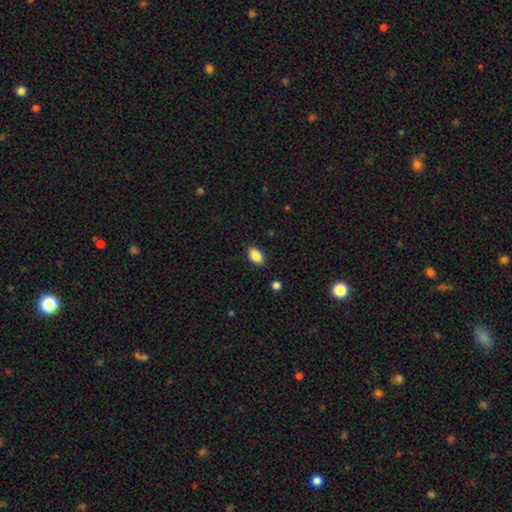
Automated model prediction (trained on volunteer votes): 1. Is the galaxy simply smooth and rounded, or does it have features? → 87% smooth, 8% star or artifact, 5% featured or disk.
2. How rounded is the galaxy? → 89% in between, 10% round, 2% cigar-shaped.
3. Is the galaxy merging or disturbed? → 87% none, 10% minor disturbance, 2% major disturbance, 1% merger.